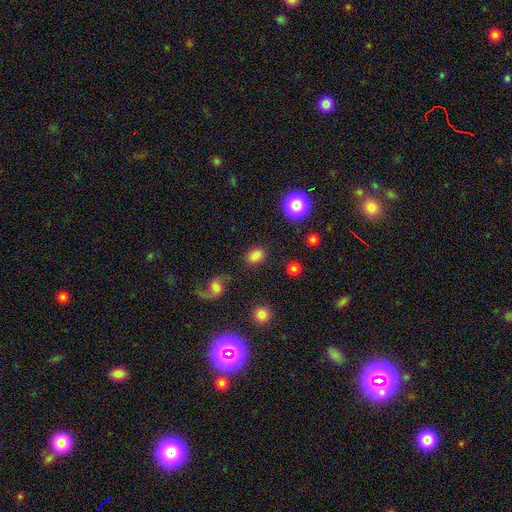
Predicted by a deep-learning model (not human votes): smooth-or-featured: smooth: 82% | star or artifact: 11% | featured or disk: 7%
  how-rounded: in between: 72% | round: 26% | cigar-shaped: 1%
  merging: none: 81% | minor disturbance: 11% | major disturbance: 5% | merger: 4%